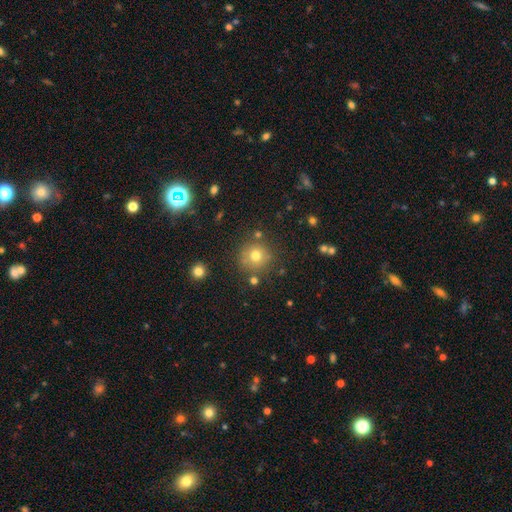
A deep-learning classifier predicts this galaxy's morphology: type=smooth (72%); roundness=round (94%); merging=none (80%).